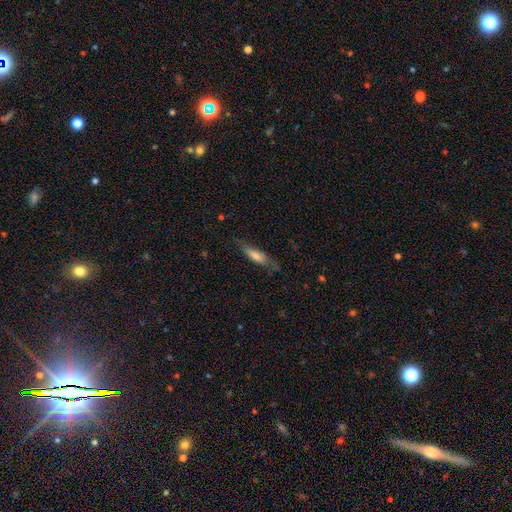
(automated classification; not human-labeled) This is possibly a smooth galaxy (59%). How rounded: possibly cigar-shaped (59%). Merging: likely none (64%).